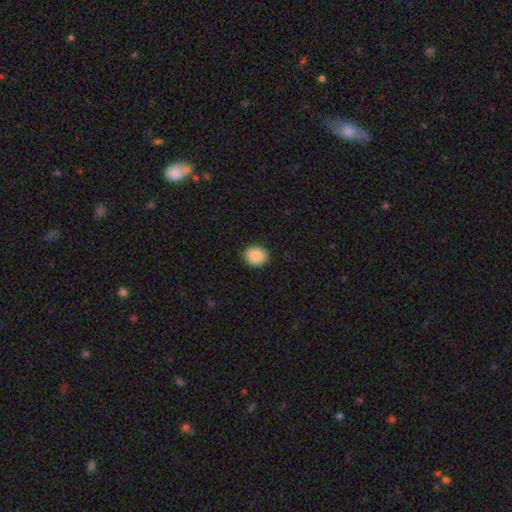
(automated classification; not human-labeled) Q: Smooth or featured?
A: smooth (89%); runner-up: star or artifact (8%)
Q: How rounded?
A: round (69%); runner-up: in between (31%)
Q: Merging?
A: none (90%); runner-up: minor disturbance (7%)